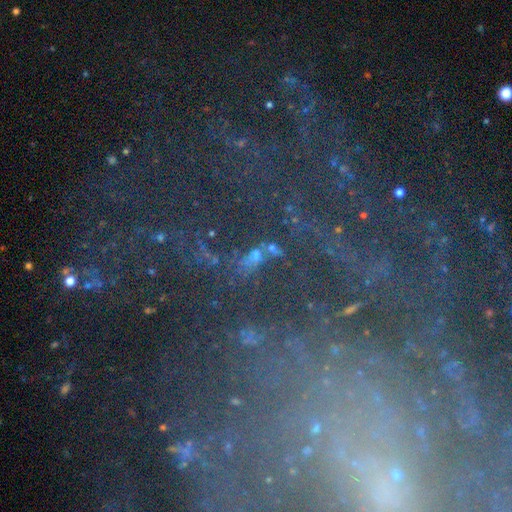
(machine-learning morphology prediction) This appears to be a star or artifact, not a galaxy (68%).